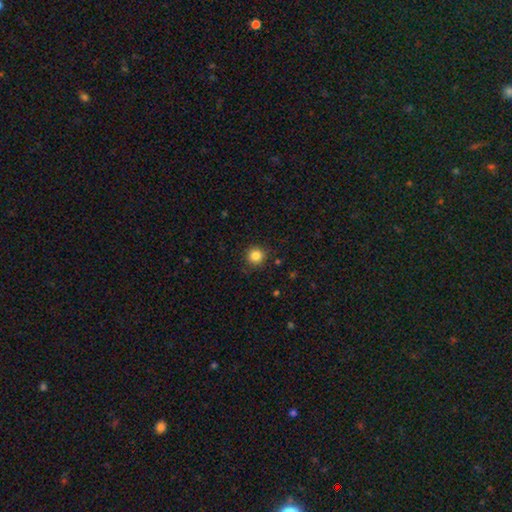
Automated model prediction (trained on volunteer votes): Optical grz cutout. It shows a smooth galaxy with no disk features (85%) that is round (93%). Merging: none (88%).